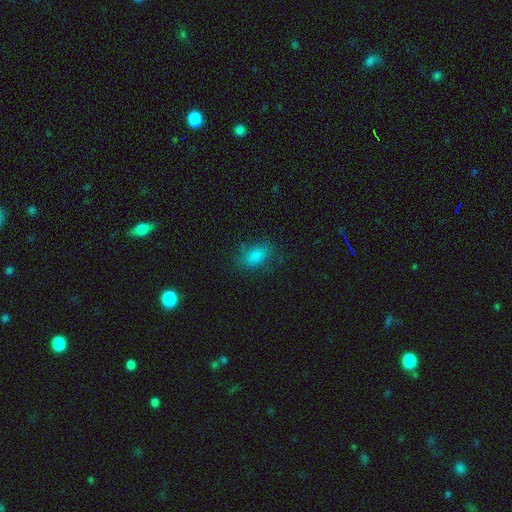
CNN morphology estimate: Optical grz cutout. It shows a smooth galaxy with no disk features (76%) that is in between round and cigar-shaped (82%). Merging: none (73%).